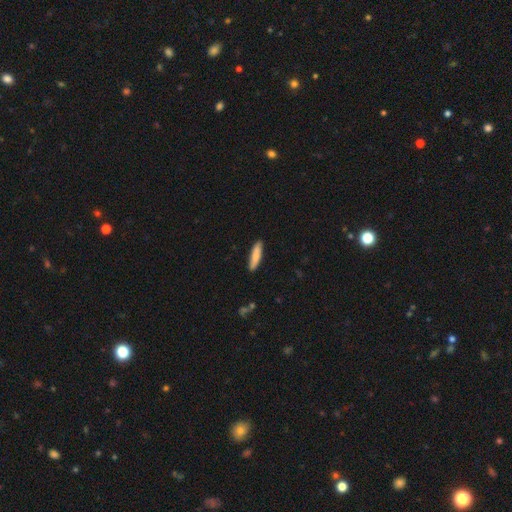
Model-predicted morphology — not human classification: Smooth or featured? Predicted: smooth (p=0.80). How rounded? Predicted: cigar-shaped (p=0.79). Merging? Predicted: none (p=0.88).